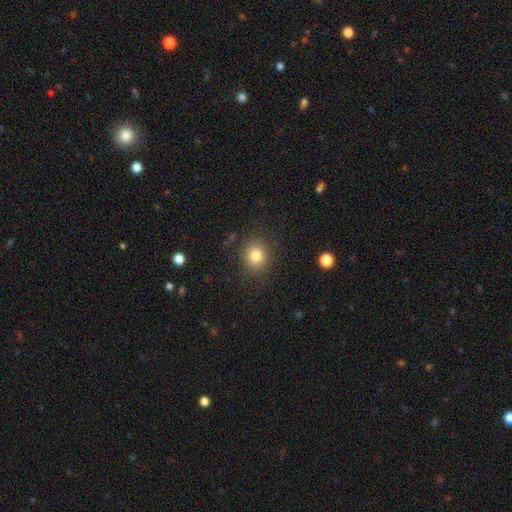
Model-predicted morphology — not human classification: This appears to be a smooth galaxy with no disk features (81%) that is round (82%). Merging: none (86%).